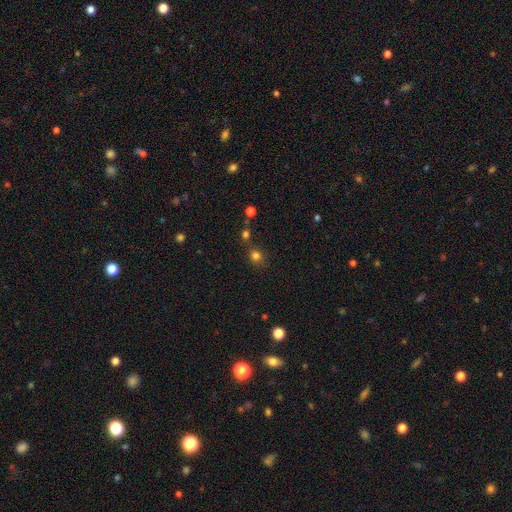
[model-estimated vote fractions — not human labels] Morphology: type=smooth (77%); roundness=round (82%); merging=none (75%).